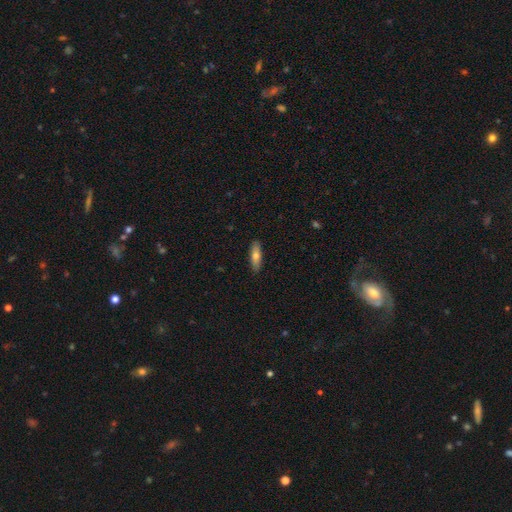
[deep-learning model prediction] Smooth or featured: smooth — 71% (featured or disk — 23%)
How rounded: cigar-shaped — 51% (in between — 46%)
Merging: none — 89% (minor disturbance — 8%)